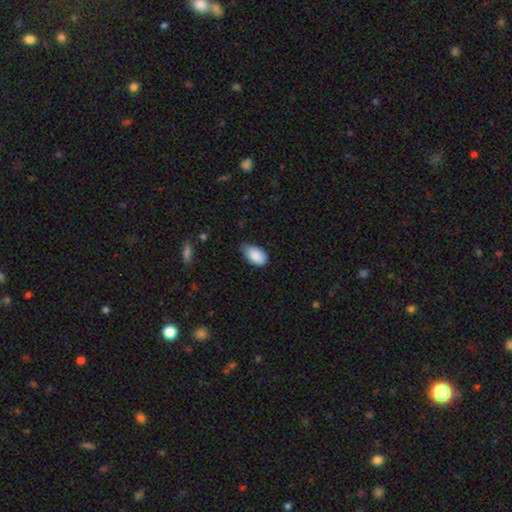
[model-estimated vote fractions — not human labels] Morphology: type=smooth (87%); roundness=in between (94%); merging=none (55%).